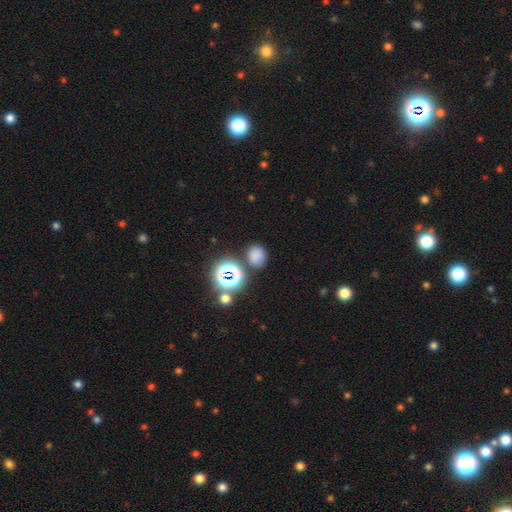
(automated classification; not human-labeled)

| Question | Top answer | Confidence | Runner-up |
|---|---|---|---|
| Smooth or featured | smooth | 70% | star or artifact (24%) |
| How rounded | round | 65% | in between (34%) |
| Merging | none | 76% | minor disturbance (12%) |